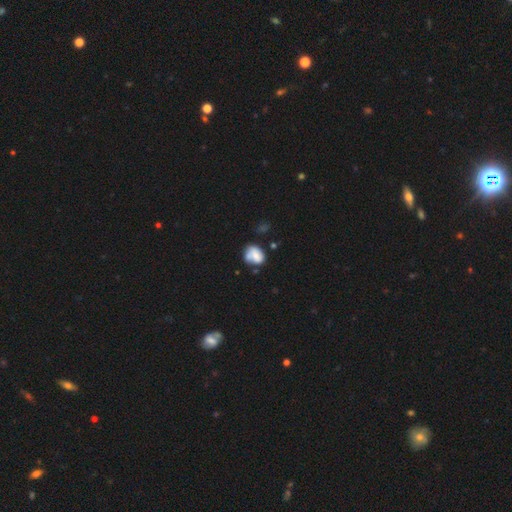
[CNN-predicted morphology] type=smooth (61%); roundness=in between (57%); merging=none (37%).